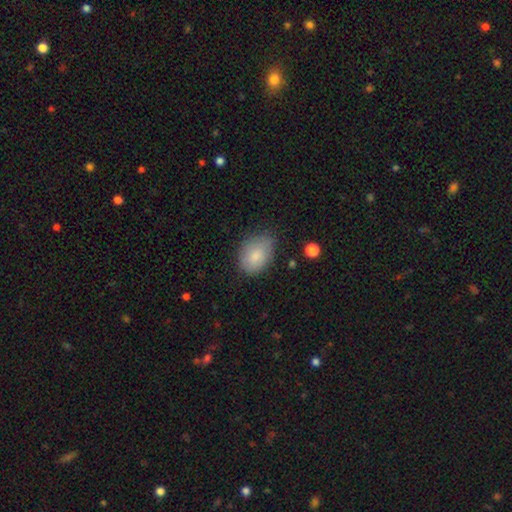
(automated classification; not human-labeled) Smooth or featured? Predicted: smooth (p=0.83). How rounded? Predicted: in between (p=0.79). Merging? Predicted: none (p=0.65).